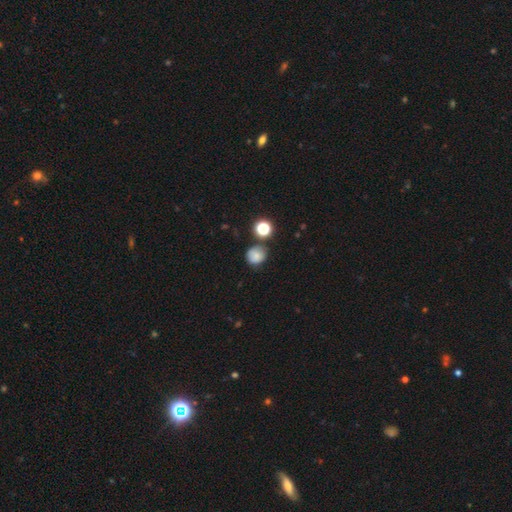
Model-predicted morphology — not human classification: Smooth or featured?
  - smooth: 78% *
  - star or artifact: 13%
  - featured or disk: 9%
How rounded?
  - round: 83% *
  - in between: 16%
  - cigar-shaped: 1%
Merging?
  - none: 71% *
  - minor disturbance: 16%
  - merger: 9%
  - major disturbance: 4%